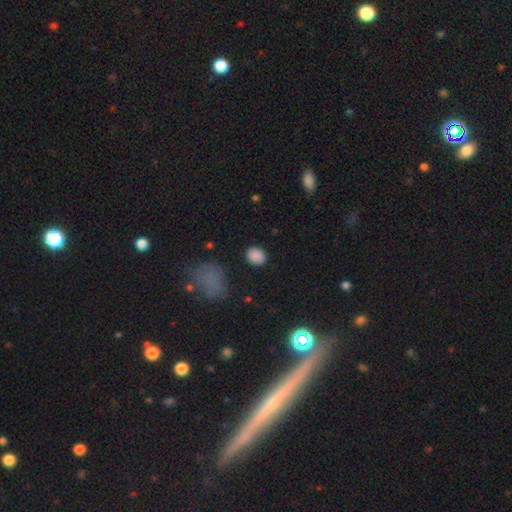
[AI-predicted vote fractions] Smooth or featured?
  - smooth: 86% *
  - star or artifact: 10%
  - featured or disk: 4%
How rounded?
  - round: 56% *
  - in between: 42%
  - cigar-shaped: 1%
Merging?
  - none: 86% *
  - minor disturbance: 10%
  - major disturbance: 3%
  - merger: 2%